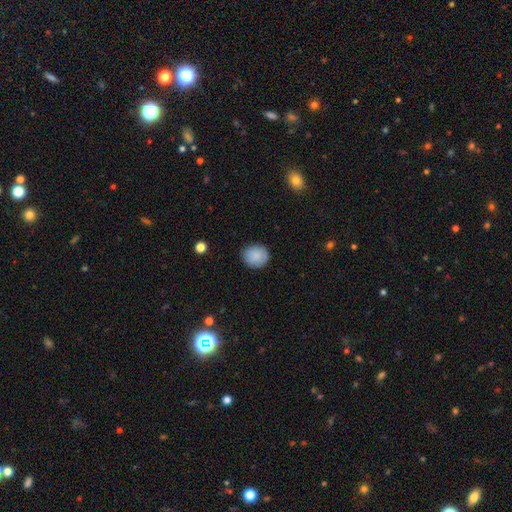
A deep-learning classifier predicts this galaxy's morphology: Smooth or featured: smooth — 88% (star or artifact — 7%)
How rounded: round — 80% (in between — 19%)
Merging: none — 86% (minor disturbance — 10%)